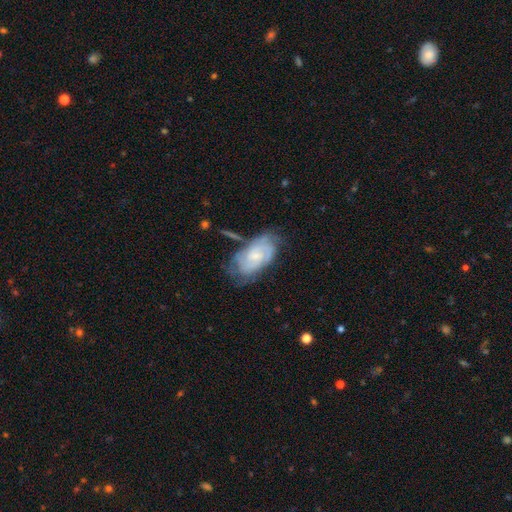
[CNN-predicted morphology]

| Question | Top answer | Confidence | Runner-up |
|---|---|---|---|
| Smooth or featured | featured or disk | 73% | smooth (20%) |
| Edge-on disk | no | 96% | yes (4%) |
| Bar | no | 57% | weak (37%) |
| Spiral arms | yes | 91% | no (9%) |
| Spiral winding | tight | 57% | medium (34%) |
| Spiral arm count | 2 | 39% | can't tell (34%) |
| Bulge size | small | 56% | moderate (30%) |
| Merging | none | 57% | minor disturbance (26%) |